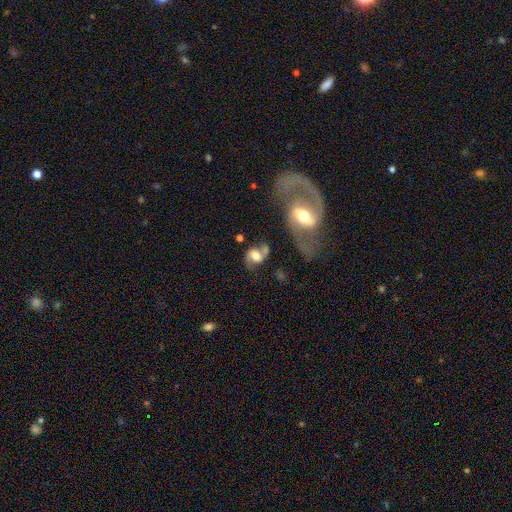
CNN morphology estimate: The model was most divided on "bar": no: 50%, weak: 36%, strong: 14%. Remaining: edge-on disk — no (96%); spiral arms — yes (82%); smooth or featured — featured or disk (60%); bulge size — moderate (50%); merging — none (44%).